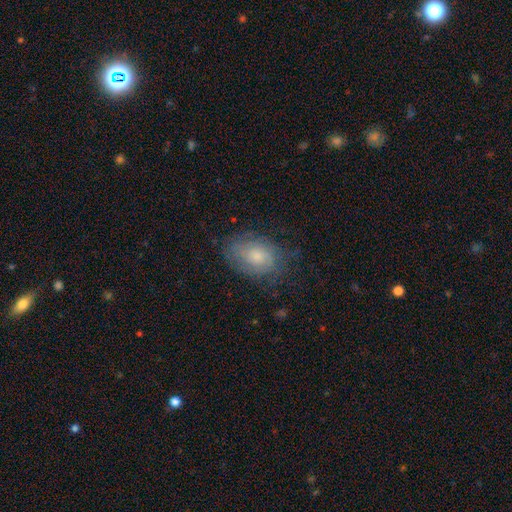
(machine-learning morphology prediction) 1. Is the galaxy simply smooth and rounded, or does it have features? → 60% smooth, 22% featured or disk, 18% star or artifact.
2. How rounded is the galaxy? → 76% in between, 23% round, 1% cigar-shaped.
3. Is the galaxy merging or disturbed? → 77% none, 17% minor disturbance, 5% major disturbance, 1% merger.